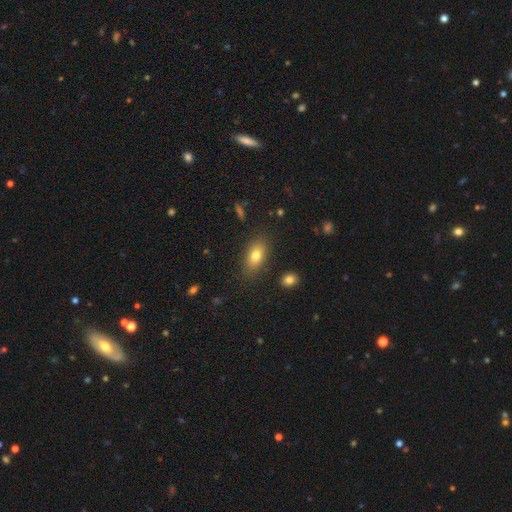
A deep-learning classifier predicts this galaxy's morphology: A smooth galaxy with no disk features (79%) that is in between round and cigar-shaped (87%).

Vote fractions:
- Smooth or featured? smooth: 79% / featured or disk: 12% / star or artifact: 9%
- How rounded? in between: 87% / round: 8% / cigar-shaped: 5%
- Merging? none: 83% / minor disturbance: 11% / major disturbance: 4% / merger: 2%